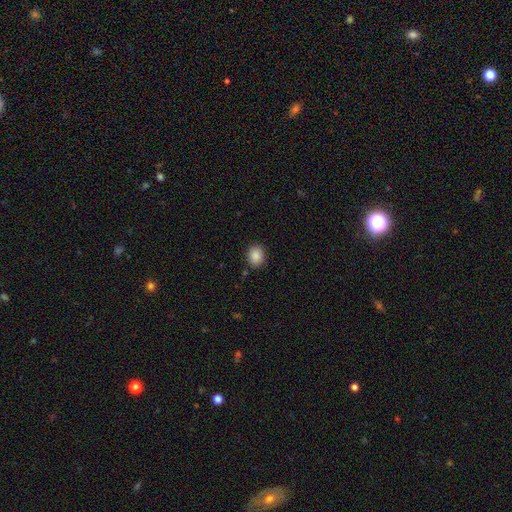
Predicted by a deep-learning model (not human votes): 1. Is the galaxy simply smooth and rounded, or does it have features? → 88% smooth, 9% star or artifact, 4% featured or disk.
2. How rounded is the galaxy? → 57% round, 42% in between, 1% cigar-shaped.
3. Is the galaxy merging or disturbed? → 88% none, 8% minor disturbance, 2% major disturbance, 2% merger.